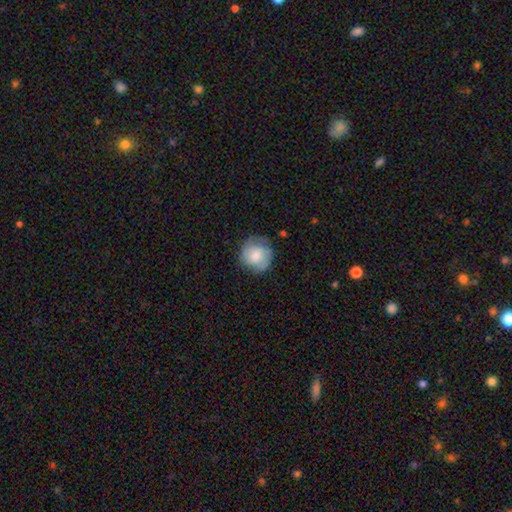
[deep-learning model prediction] This is likely a smooth galaxy (63%). How rounded: clearly round (88%). Merging: likely none (68%).